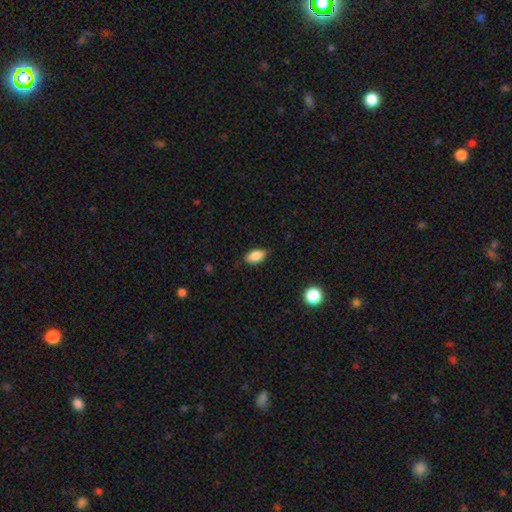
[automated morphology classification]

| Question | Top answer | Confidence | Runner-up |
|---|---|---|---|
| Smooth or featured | smooth | 86% | star or artifact (8%) |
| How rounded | in between | 91% | round (6%) |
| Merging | none | 80% | minor disturbance (16%) |